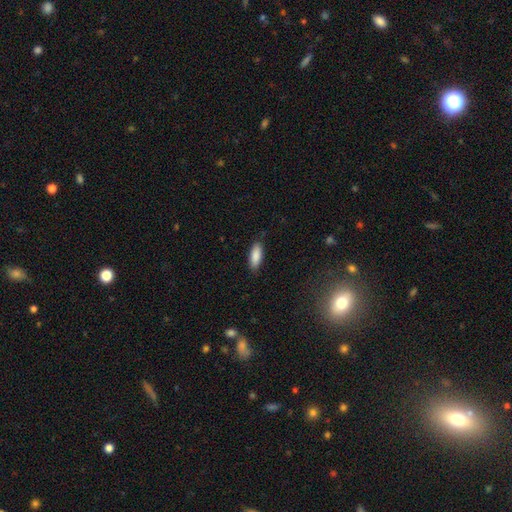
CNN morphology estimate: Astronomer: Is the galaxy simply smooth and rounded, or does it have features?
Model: smooth — 88%.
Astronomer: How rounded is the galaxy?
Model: in between — 69%.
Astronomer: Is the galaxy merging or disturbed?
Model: none — 85%.